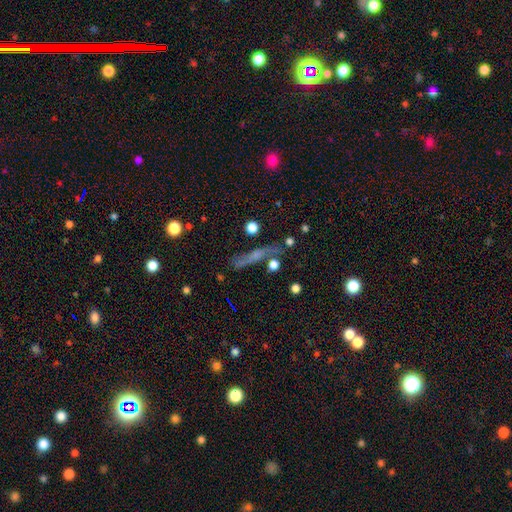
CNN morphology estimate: The model was most divided on "smooth or featured": featured or disk: 46%, smooth: 35%, star or artifact: 19%. More confident: merging — none (62%).